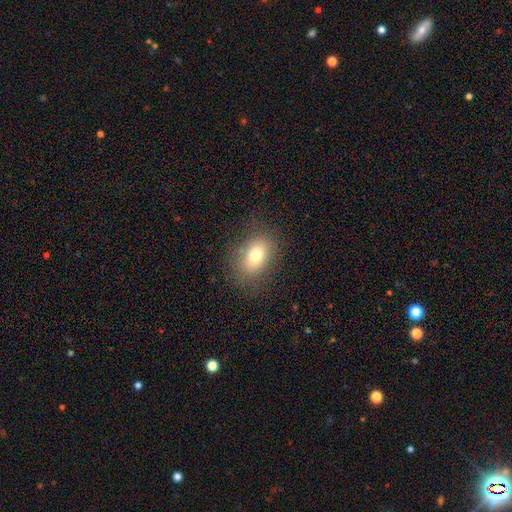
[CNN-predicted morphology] Smooth or featured: smooth — 75% (featured or disk — 13%)
How rounded: in between — 77% (round — 22%)
Merging: none — 80% (minor disturbance — 13%)